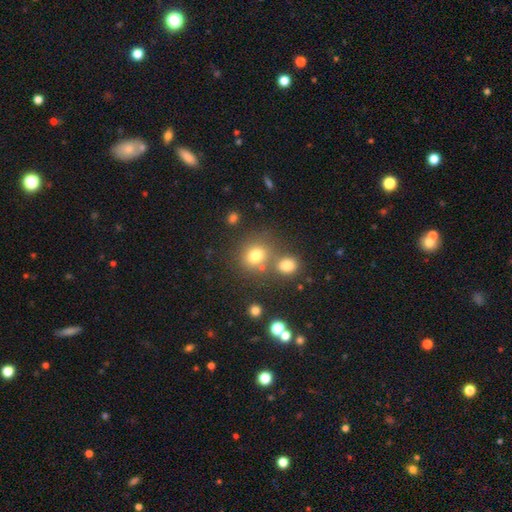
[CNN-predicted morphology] A smooth galaxy with no disk features (75%) that is round (77%).

Vote fractions:
- Smooth or featured? smooth: 75% / star or artifact: 16% / featured or disk: 9%
- How rounded? round: 77% / in between: 22% / cigar-shaped: 1%
- Merging? none: 60% / merger: 26% / minor disturbance: 10% / major disturbance: 5%